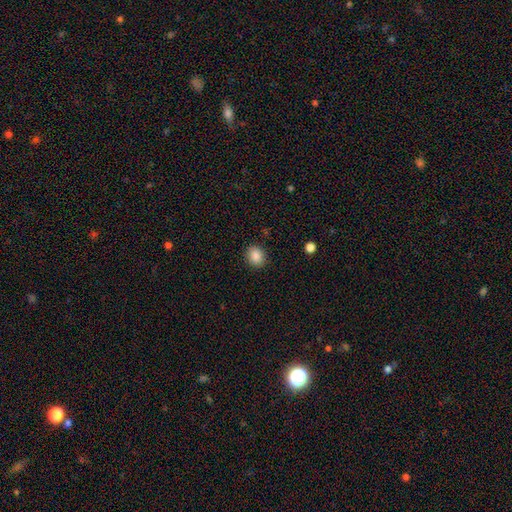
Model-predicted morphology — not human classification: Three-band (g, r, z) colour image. It shows a smooth galaxy with no disk features (87%) that is round (66%). Merging: none (89%).